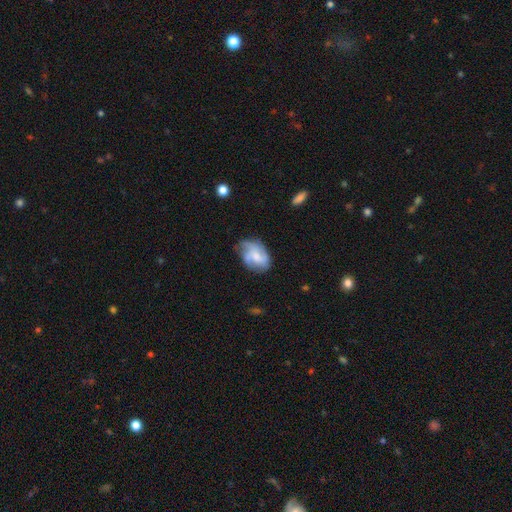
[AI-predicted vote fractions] This appears to be a featured or disk galaxy (59%) with no bar (61%), spiral arms (82%) and a moderate central bulge (43%). Merging: none (53%).